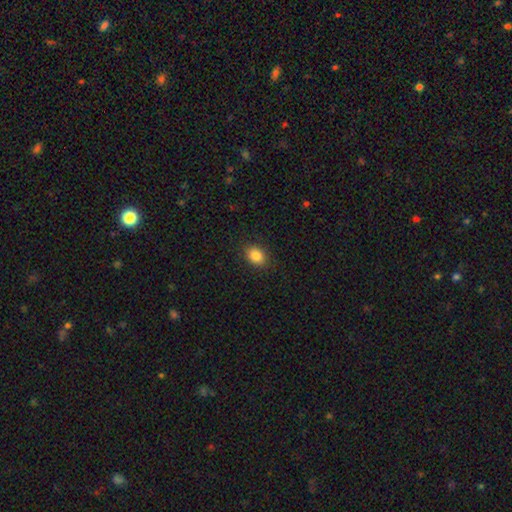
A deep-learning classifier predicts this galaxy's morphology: smooth 85%, star or artifact 9%, featured or disk 5%. Down the decision tree: how rounded — in between (63%); merging — none (88%).